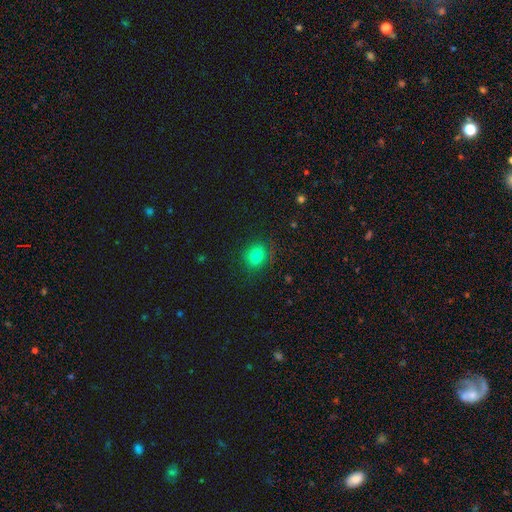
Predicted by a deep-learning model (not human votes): This is likely a smooth galaxy (80%). How rounded: possibly round (58%). Merging: clearly none (82%).